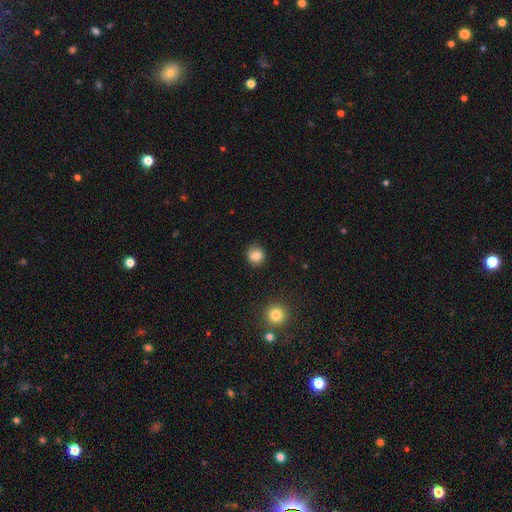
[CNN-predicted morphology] Overall: smooth (84%). How rounded: round (86%). Merging: none (88%).